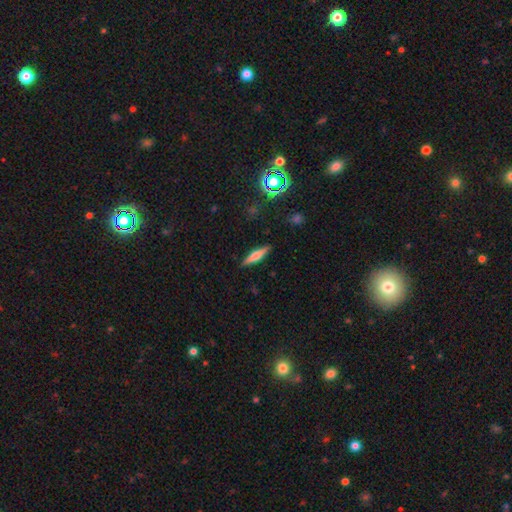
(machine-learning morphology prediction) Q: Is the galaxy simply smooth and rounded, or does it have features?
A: smooth — 49%.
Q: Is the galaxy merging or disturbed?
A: none — 88%.